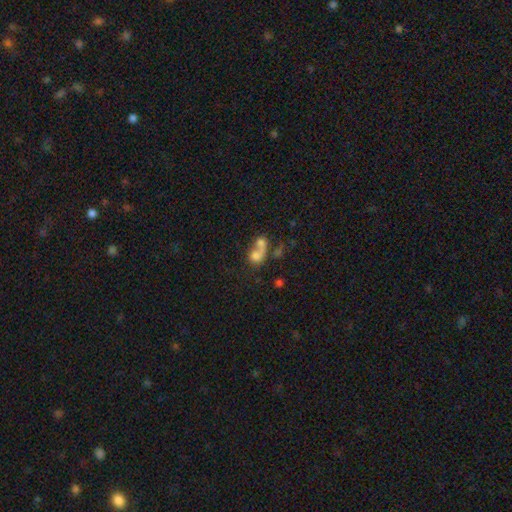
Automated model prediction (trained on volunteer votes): This is likely a smooth galaxy (66%). How rounded: likely round (61%). Merging: likely merger (68%).